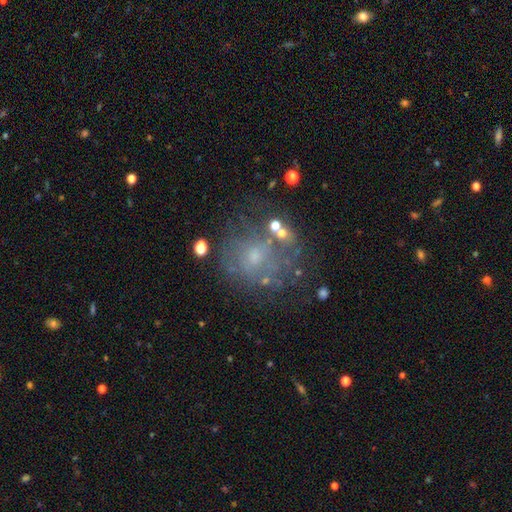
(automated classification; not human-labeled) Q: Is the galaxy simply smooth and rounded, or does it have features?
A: featured or disk — 47%.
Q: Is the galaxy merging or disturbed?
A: none — 56%.